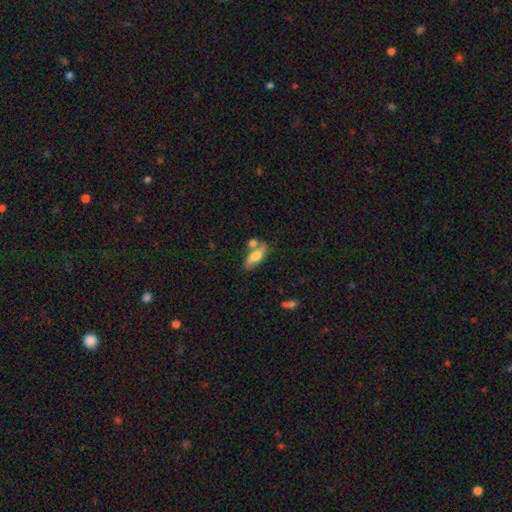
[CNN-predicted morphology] Smooth or featured: smooth — 61% (featured or disk — 31%)
How rounded: in between — 74% (cigar-shaped — 22%)
Merging: none — 53% (merger — 25%)